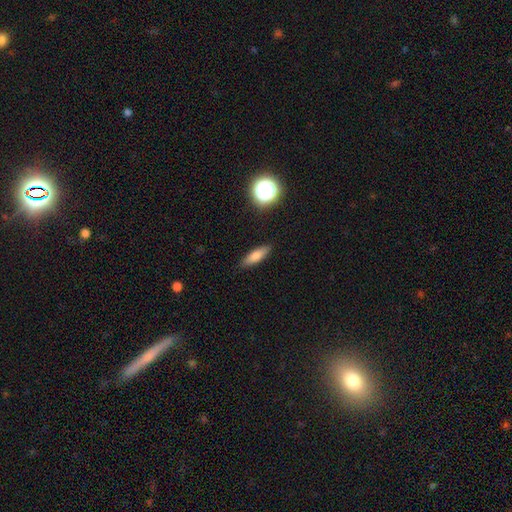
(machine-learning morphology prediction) smooth-or-featured: smooth: 73% | featured or disk: 17% | star or artifact: 9%
  how-rounded: cigar-shaped: 50% | in between: 46% | round: 4%
  merging: none: 87% | minor disturbance: 10% | major disturbance: 2% | merger: 1%